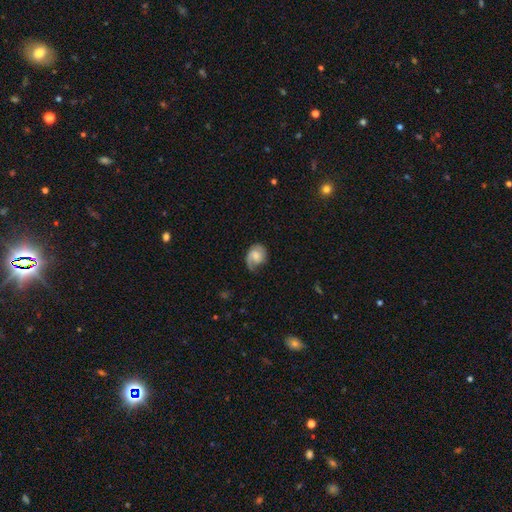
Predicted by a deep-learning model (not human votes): A featured or disk galaxy (62%) with no bar (57%), 1 (50%) medium (40%) spiral arms (92%) and a moderate central bulge (42%). Merging: none (54%).